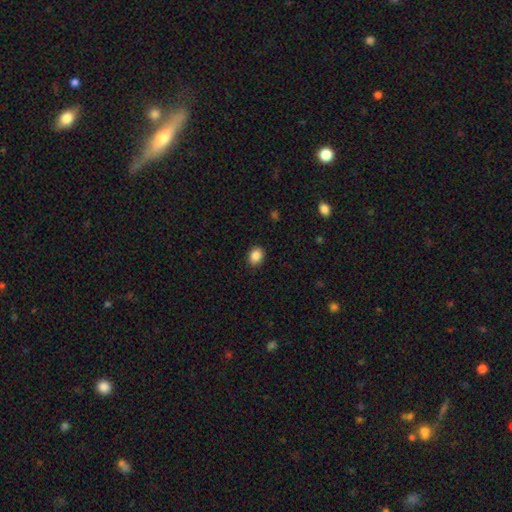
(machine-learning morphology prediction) smooth 87%, star or artifact 9%, featured or disk 5%. Down the decision tree: how rounded — in between (52%); merging — none (88%).